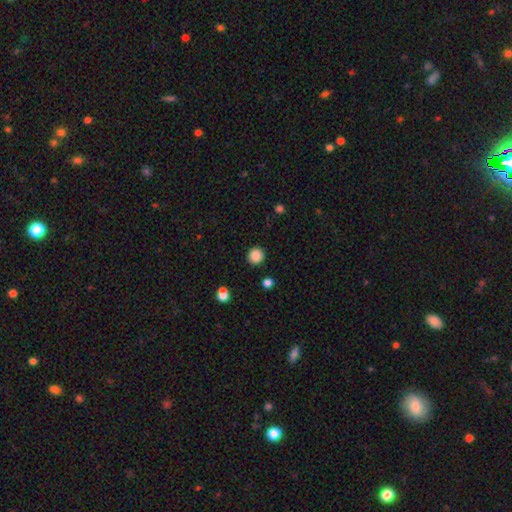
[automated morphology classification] This is clearly a smooth galaxy (87%). How rounded: clearly round (93%). Merging: clearly none (92%).